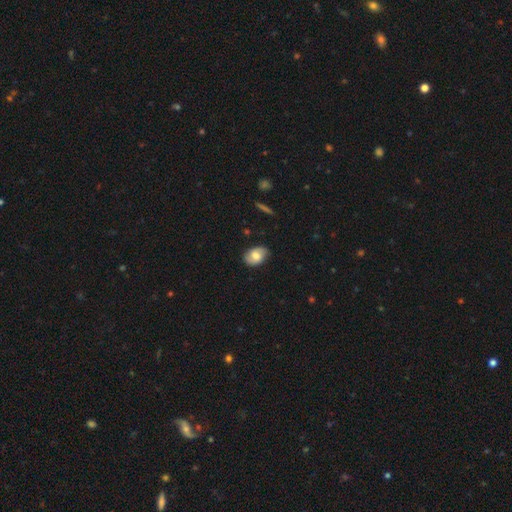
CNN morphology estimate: smooth-or-featured: smooth: 54% | featured or disk: 38% | star or artifact: 7%
  how-rounded: in between: 80% | round: 19% | cigar-shaped: 1%
  merging: none: 77% | minor disturbance: 18% | major disturbance: 3% | merger: 1%